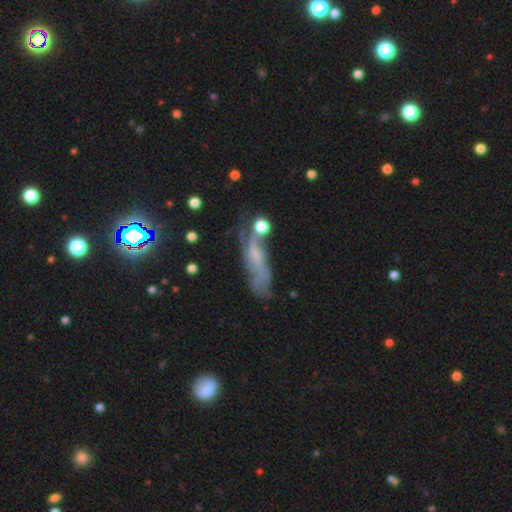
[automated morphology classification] Smooth or featured?
  - featured or disk: 49% *
  - smooth: 35%
  - star or artifact: 16%
Merging?
  - none: 37% *
  - minor disturbance: 25%
  - major disturbance: 23%
  - merger: 15%